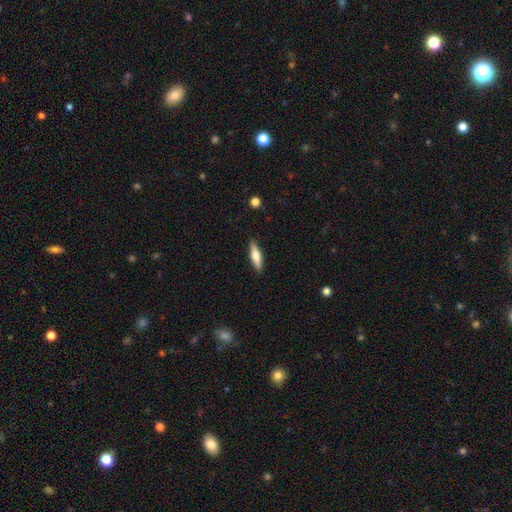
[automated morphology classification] Overall: smooth (58%; featured or disk 37%). How rounded: cigar-shaped (65%; in between 33%). Merging: none (89%).